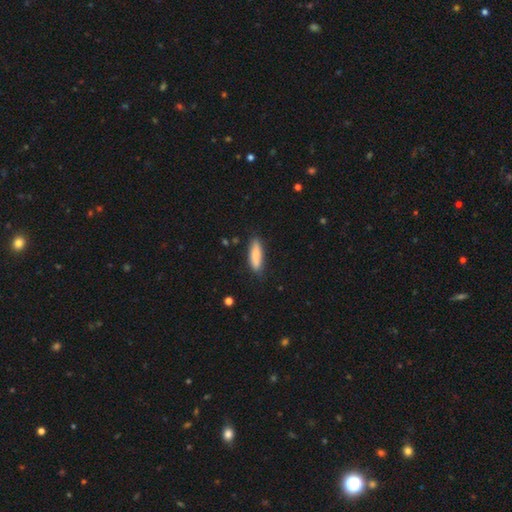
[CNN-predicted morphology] smooth_or_featured: smooth (p=0.84) [alt: featured or disk p=0.10]
how_rounded: cigar-shaped (p=0.59) [alt: in between p=0.39]
merging: none (p=0.82) [alt: minor disturbance p=0.14]